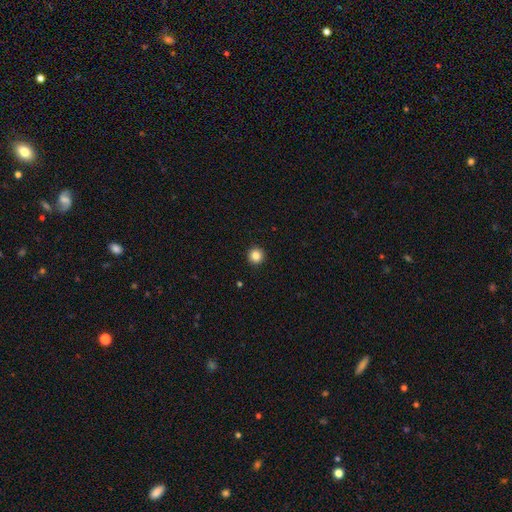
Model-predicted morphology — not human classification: This is clearly a smooth galaxy (85%). How rounded: clearly round (96%). Merging: clearly none (94%).